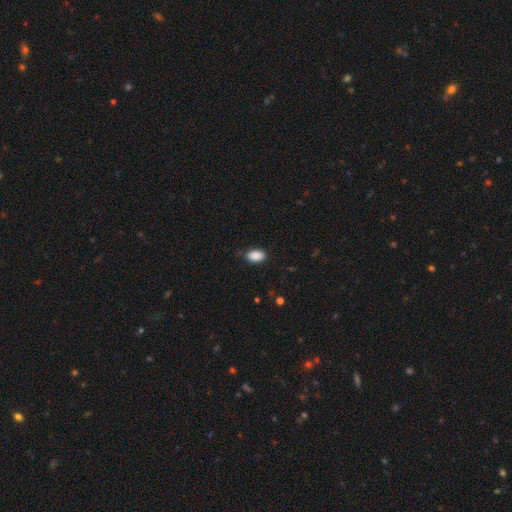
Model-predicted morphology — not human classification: This is clearly a smooth galaxy (89%). How rounded: clearly in between (91%). Merging: likely none (76%).